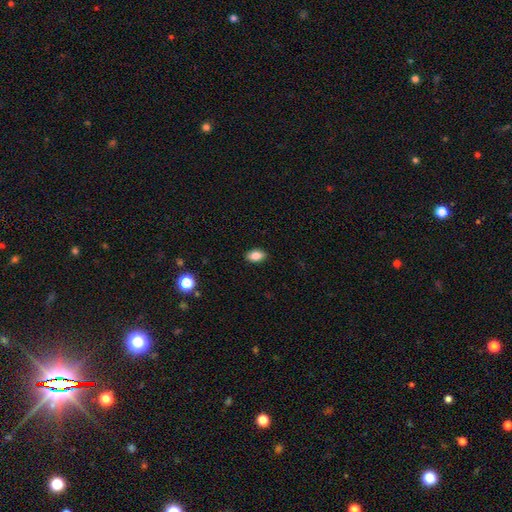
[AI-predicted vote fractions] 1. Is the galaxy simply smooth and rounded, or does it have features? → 86% smooth, 8% star or artifact, 6% featured or disk.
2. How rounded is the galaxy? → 89% in between, 9% round, 2% cigar-shaped.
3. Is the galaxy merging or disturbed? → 90% none, 8% minor disturbance, 2% major disturbance, 1% merger.